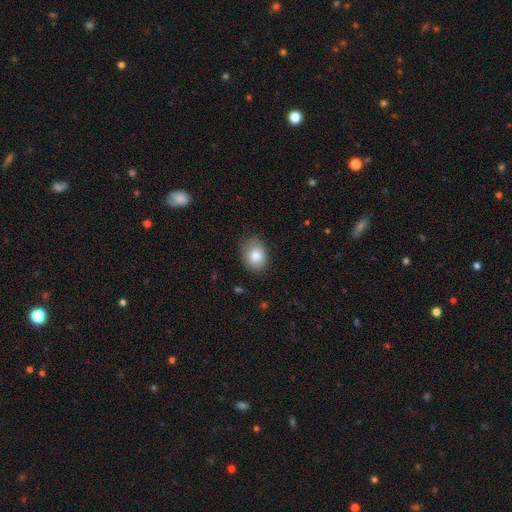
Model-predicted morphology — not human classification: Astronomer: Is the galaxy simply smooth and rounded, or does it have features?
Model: smooth — 82%.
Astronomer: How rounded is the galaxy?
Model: in between — 71%.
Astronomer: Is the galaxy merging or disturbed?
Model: none — 76%.